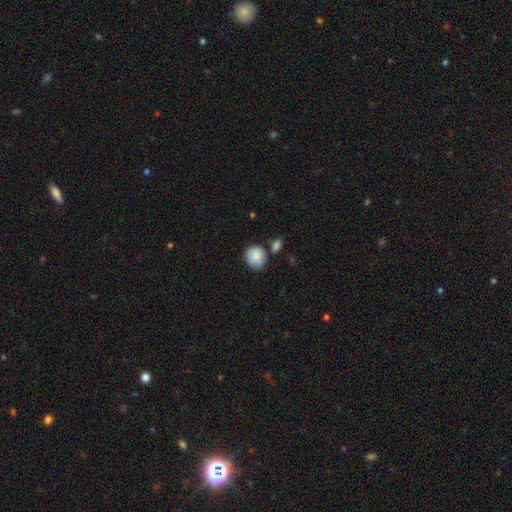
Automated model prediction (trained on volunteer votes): This is clearly a smooth galaxy (87%). How rounded: clearly round (81%). Merging: likely none (64%).